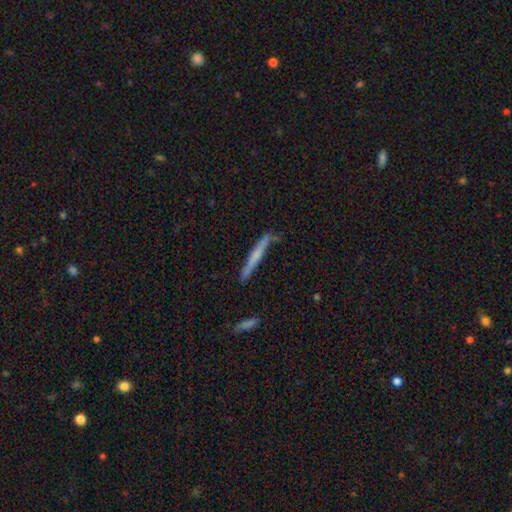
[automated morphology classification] This appears to be a smooth galaxy with no disk features (47%). Merging: none (78%).